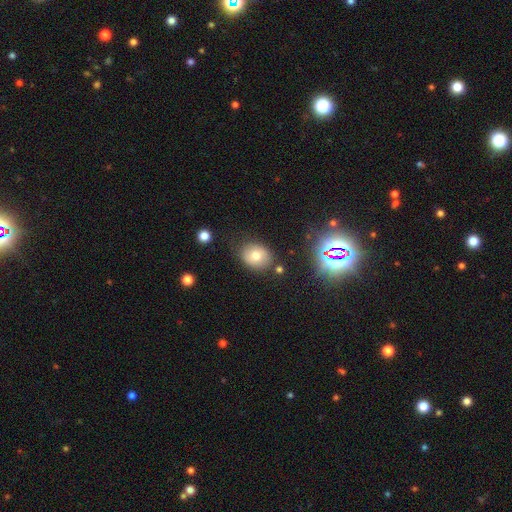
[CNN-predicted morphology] Smooth or featured? smooth (73%)
How rounded? round (52%)
Merging? none (78%)